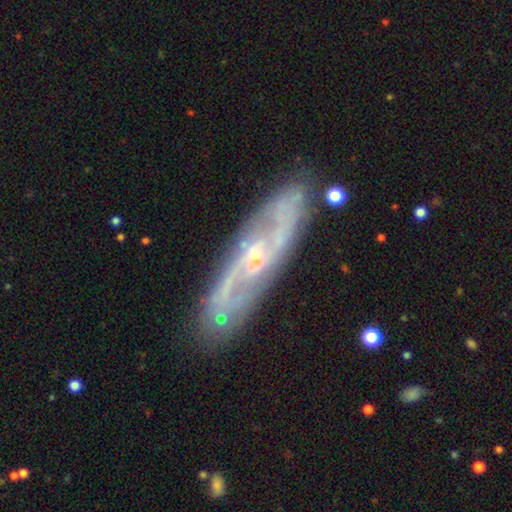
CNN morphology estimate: Smooth or featured?
  - featured or disk: 84% *
  - smooth: 10%
  - star or artifact: 6%
Edge-on disk?
  - no: 77% *
  - yes: 23%
Bar?
  - no: 47% *
  - weak: 39%
  - strong: 14%
Spiral arms?
  - yes: 91% *
  - no: 9%
Spiral winding?
  - medium: 44% *
  - tight: 30%
  - loose: 26%
Spiral arm count?
  - 2: 69% *
  - can't tell: 19%
  - 3: 4%
  - 4: 3%
  - 1: 3%
  - more than 4: 2%
Bulge size?
  - small: 61% *
  - moderate: 35%
  - none: 2%
  - large: 1%
  - dominant: 1%
Merging?
  - none: 84% *
  - minor disturbance: 11%
  - major disturbance: 3%
  - merger: 2%